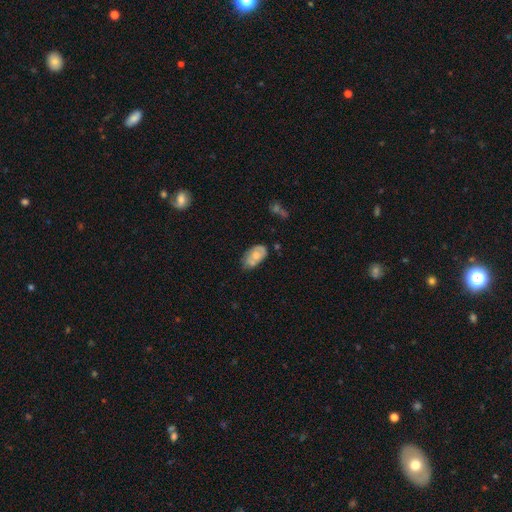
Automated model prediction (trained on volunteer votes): A smooth galaxy with no disk features (61%) that is in between round and cigar-shaped (92%). Merging: none (46%).